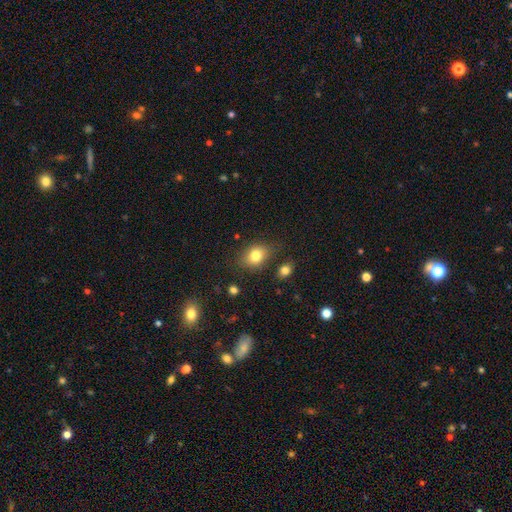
smooth 90%, featured or disk 8%, star or artifact 2%. Down the decision tree: how rounded — in between (58%); merging — none (64%).